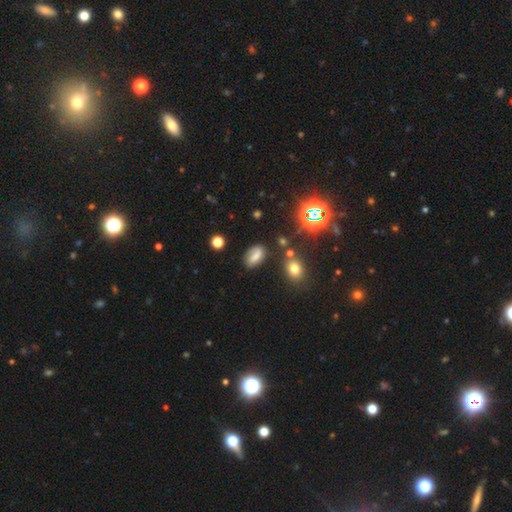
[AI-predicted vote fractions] Smooth or featured: smooth — 57% (featured or disk — 25%)
How rounded: in between — 87% (round — 9%)
Merging: none — 71% (minor disturbance — 18%)